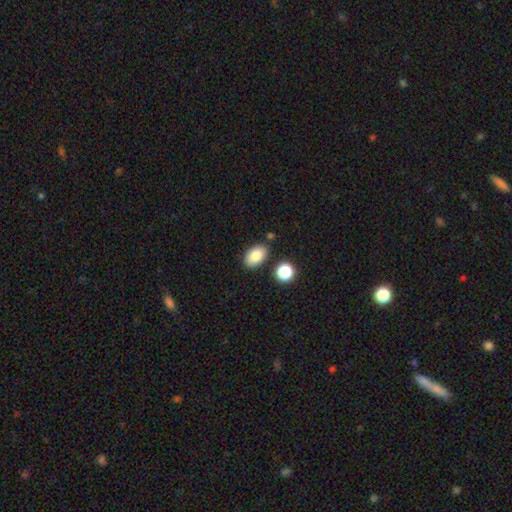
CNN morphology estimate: smooth-or-featured: smooth: 83% | star or artifact: 9% | featured or disk: 8%
  how-rounded: in between: 89% | round: 10% | cigar-shaped: 1%
  merging: none: 82% | minor disturbance: 10% | merger: 5% | major disturbance: 3%